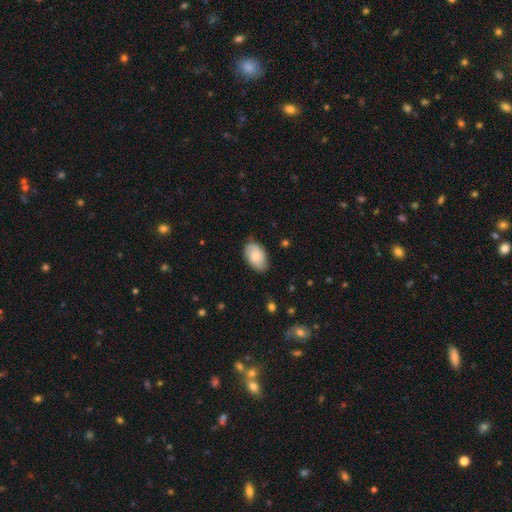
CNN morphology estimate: Smooth or featured? Predicted: smooth (p=0.72). How rounded? Predicted: in between (p=0.93). Merging? Predicted: none (p=0.77).